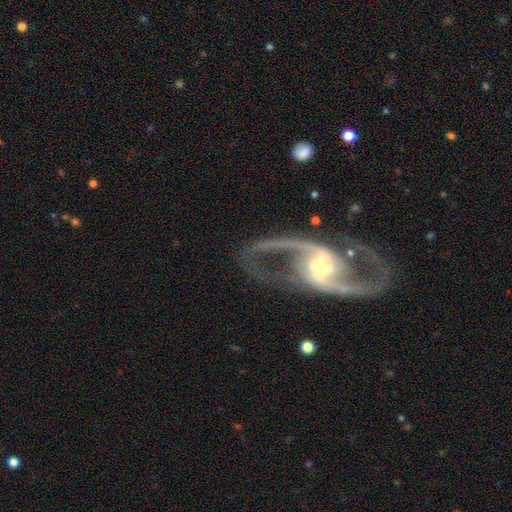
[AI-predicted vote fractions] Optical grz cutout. It shows a featured or disk galaxy (93%) with a weak bar (37%), 2 (94%) medium (55%) spiral arms (98%) and a moderate central bulge (50%). Merging: none (81%).